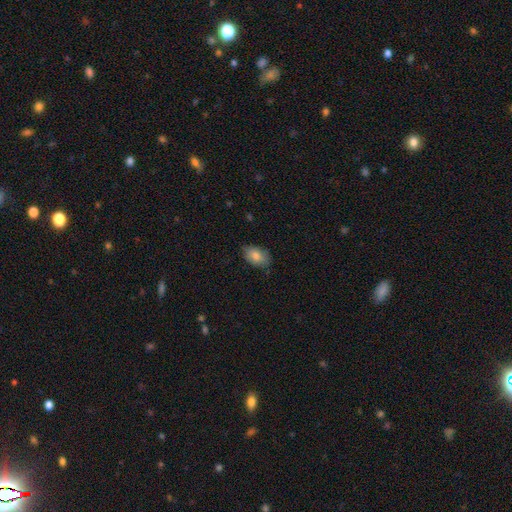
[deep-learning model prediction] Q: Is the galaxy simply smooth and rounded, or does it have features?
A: smooth — 80%.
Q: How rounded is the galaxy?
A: in between — 86%.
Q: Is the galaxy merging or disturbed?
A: none — 76%.